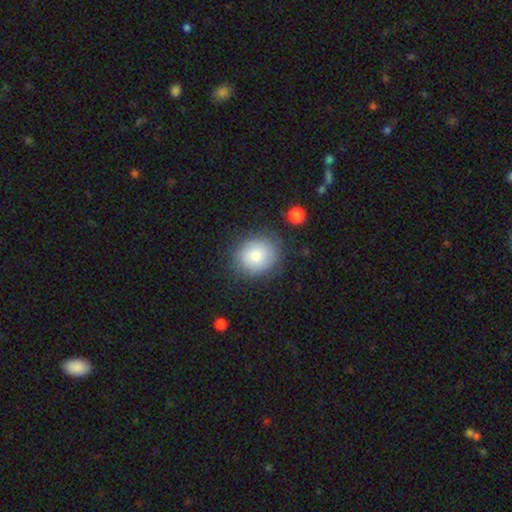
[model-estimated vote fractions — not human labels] Morphology: type=smooth (79%); roundness=round (72%); merging=none (82%).